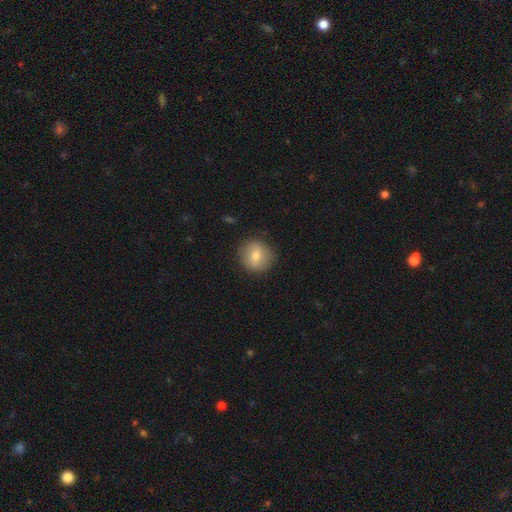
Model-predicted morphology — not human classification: Q: Smooth or featured?
A: smooth (70%); runner-up: featured or disk (22%)
Q: How rounded?
A: round (89%); runner-up: in between (10%)
Q: Merging?
A: none (86%); runner-up: minor disturbance (10%)